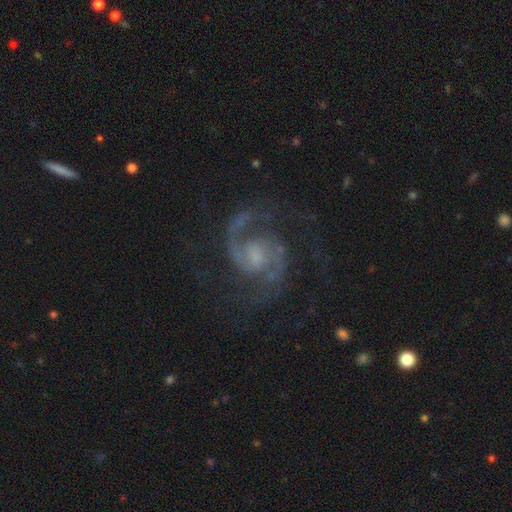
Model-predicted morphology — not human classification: A featured or disk galaxy (92%) with no bar (48%), 2 (91%) medium (64%) spiral arms (98%) and a small central bulge (46%).

Vote fractions:
- Smooth or featured? featured or disk: 92% / star or artifact: 5% / smooth: 3%
- Edge-on disk? no: 98% / yes: 2%
- Bar? no: 48% / weak: 43% / strong: 9%
- Spiral arms? yes: 98% / no: 2%
- Spiral winding? medium: 64% / tight: 20% / loose: 16%
- Spiral arm count? 2: 91% / 3: 2% / can't tell: 2% / 1: 2% / 4: 1% / more than 4: 1%
- Bulge size? small: 46% / moderate: 32% / none: 16% / large: 4% / dominant: 1%
- Merging? none: 76% / minor disturbance: 13% / major disturbance: 9% / merger: 2%